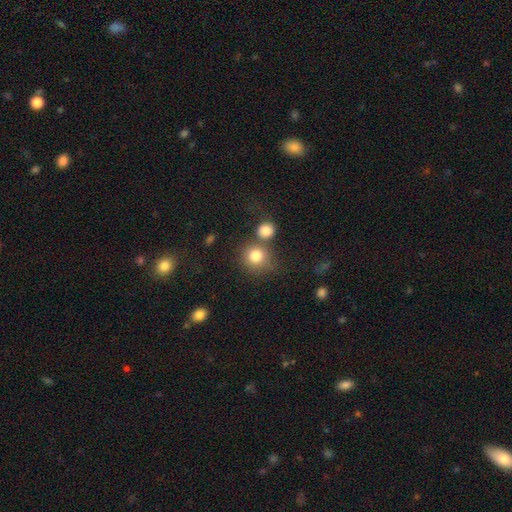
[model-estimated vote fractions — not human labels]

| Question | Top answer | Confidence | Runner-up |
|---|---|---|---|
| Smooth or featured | smooth | 80% | star or artifact (11%) |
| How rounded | round | 87% | in between (12%) |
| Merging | none | 59% | merger (25%) |